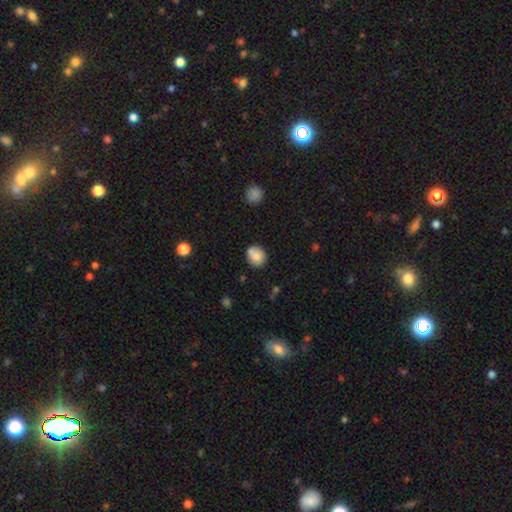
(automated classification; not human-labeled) smooth-or-featured: smooth: 79% | featured or disk: 12% | star or artifact: 9%
  how-rounded: round: 76% | in between: 23% | cigar-shaped: 1%
  merging: none: 63% | merger: 18% | minor disturbance: 15% | major disturbance: 4%